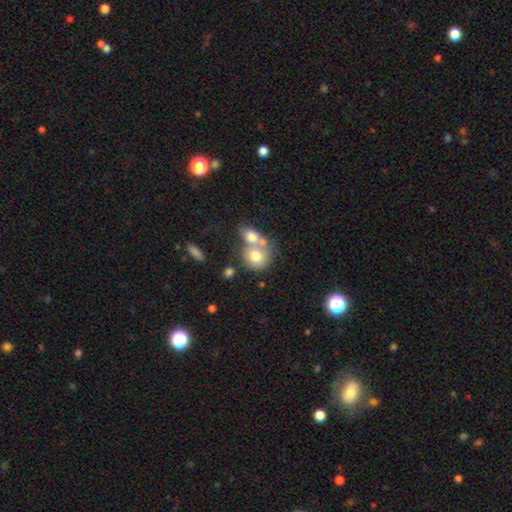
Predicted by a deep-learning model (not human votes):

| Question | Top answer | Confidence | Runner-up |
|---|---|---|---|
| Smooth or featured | smooth | 72% | featured or disk (19%) |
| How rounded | round | 71% | in between (28%) |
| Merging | merger | 58% | none (30%) |